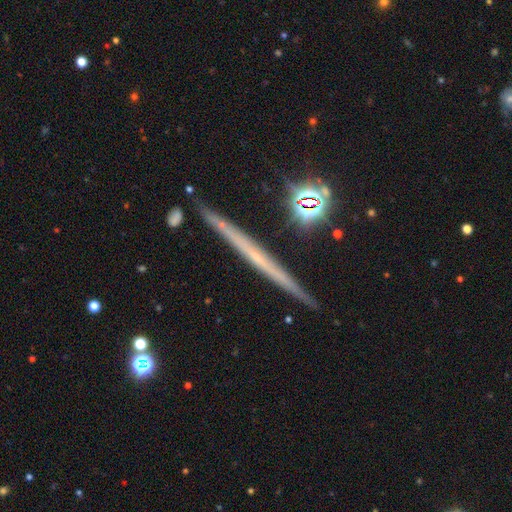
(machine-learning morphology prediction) Smooth or featured: featured or disk — 66% (smooth — 24%)
Edge-on disk: yes — 97% (no — 3%)
Edge-on bulge: none — 83% (rounded — 13%)
Merging: none — 90% (minor disturbance — 7%)